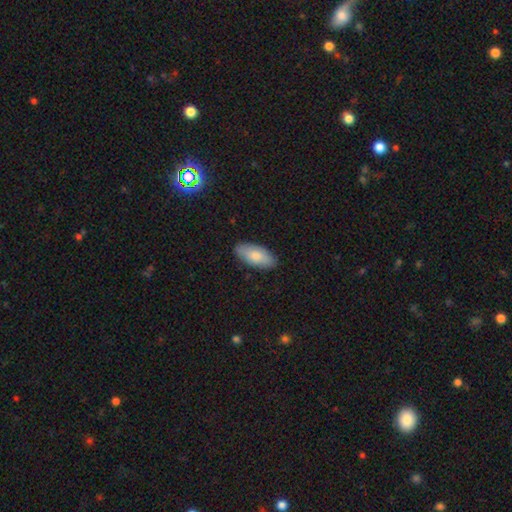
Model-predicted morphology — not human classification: This is likely a smooth galaxy (77%). How rounded: clearly in between (89%). Merging: clearly none (86%).